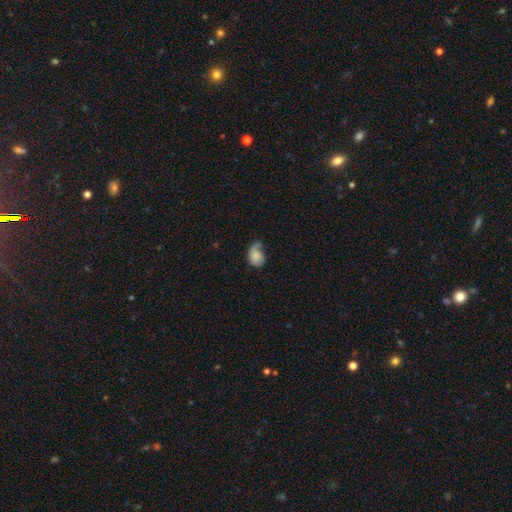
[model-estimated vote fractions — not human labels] smooth 71%, featured or disk 22%, star or artifact 8%. Down the decision tree: how rounded — in between (67%); merging — minor disturbance (34%).